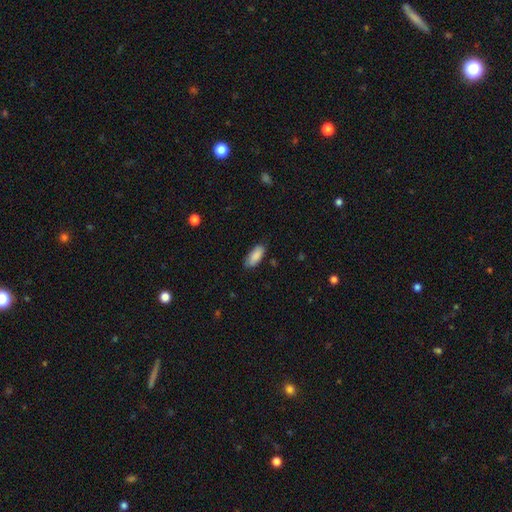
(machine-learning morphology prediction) This appears to be a smooth galaxy with no disk features (88%) that is in between round and cigar-shaped (84%). Merging: none (79%).